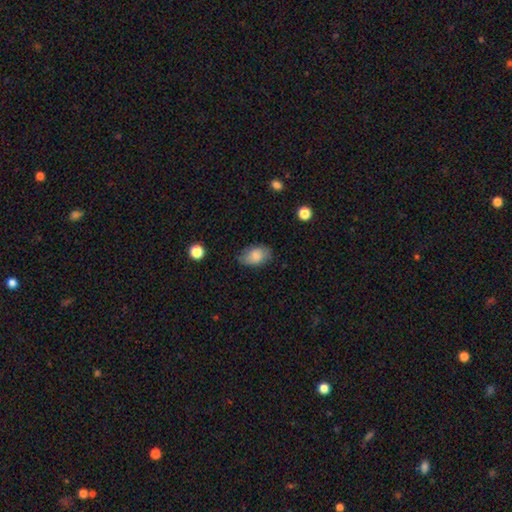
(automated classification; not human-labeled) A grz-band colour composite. It shows a smooth galaxy with no disk features (80%) that is in between round and cigar-shaped (89%). Merging: none (72%).